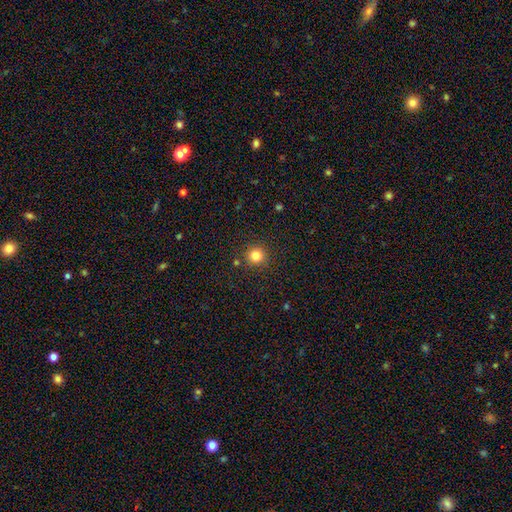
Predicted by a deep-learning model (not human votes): Smooth or featured?
  - smooth: 82% *
  - star or artifact: 13%
  - featured or disk: 5%
How rounded?
  - round: 94% *
  - in between: 5%
  - cigar-shaped: 1%
Merging?
  - none: 89% *
  - minor disturbance: 6%
  - merger: 3%
  - major disturbance: 2%